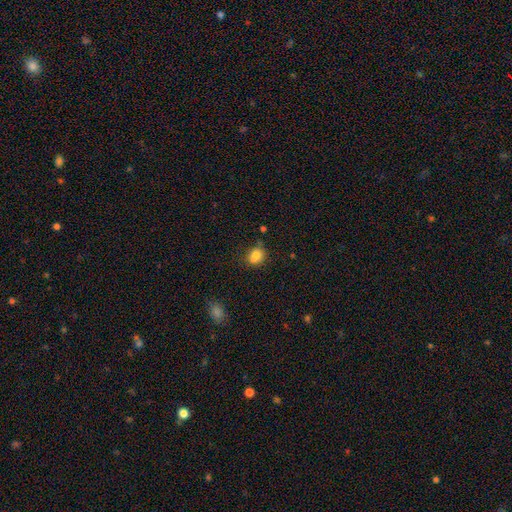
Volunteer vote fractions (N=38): This appears to be a smooth galaxy with no disk features (79%) that is in between round and cigar-shaped (57%). Merging: none (47%).